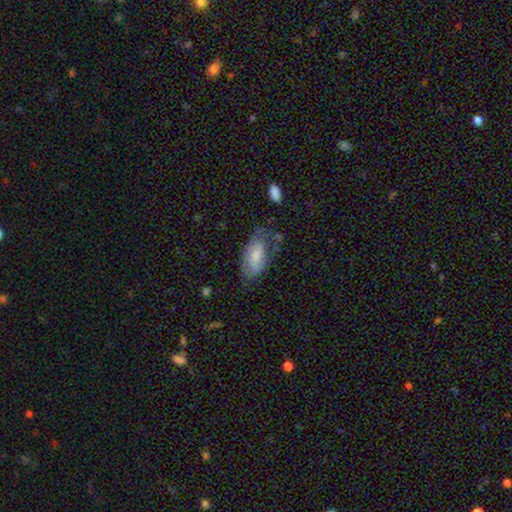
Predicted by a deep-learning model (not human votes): The model was most divided on "merging": none: 57%, minor disturbance: 29%, major disturbance: 11%, merger: 3%. More confident: how rounded — in between (91%); smooth or featured — smooth (67%).